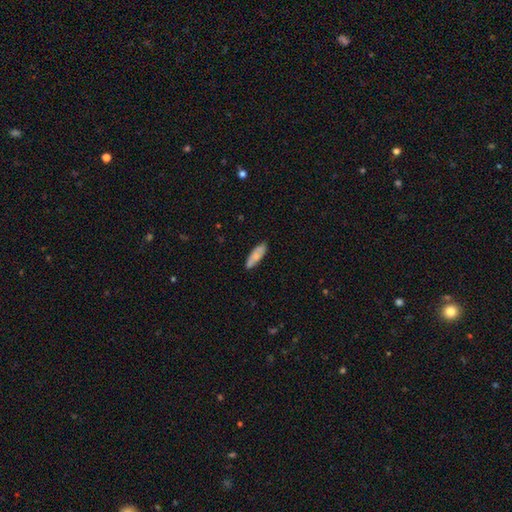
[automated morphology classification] smooth_or_featured: smooth (p=0.76) [alt: featured or disk p=0.18]
how_rounded: in between (p=0.57) [alt: cigar-shaped p=0.41]
merging: none (p=0.81) [alt: minor disturbance p=0.15]